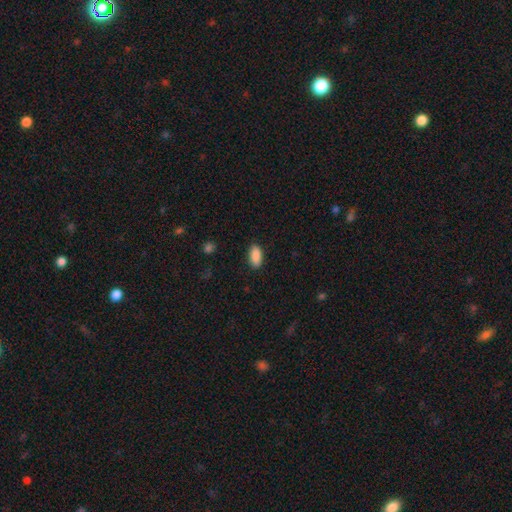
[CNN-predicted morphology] smooth-or-featured: smooth: 90% | star or artifact: 7% | featured or disk: 4%
  how-rounded: in between: 90% | cigar-shaped: 7% | round: 2%
  merging: none: 88% | minor disturbance: 9% | major disturbance: 2% | merger: 1%